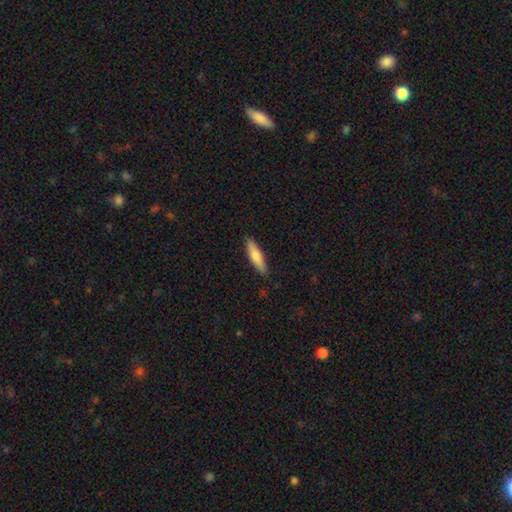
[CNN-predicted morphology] Smooth or featured: smooth — 74% (featured or disk — 21%)
How rounded: cigar-shaped — 74% (in between — 24%)
Merging: none — 87% (minor disturbance — 10%)